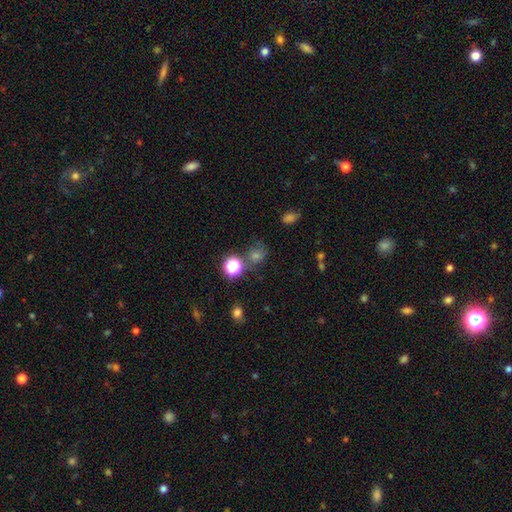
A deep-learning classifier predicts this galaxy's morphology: Overall: smooth (50%; star or artifact 40%). How rounded: round (78%). Merging: none (68%).